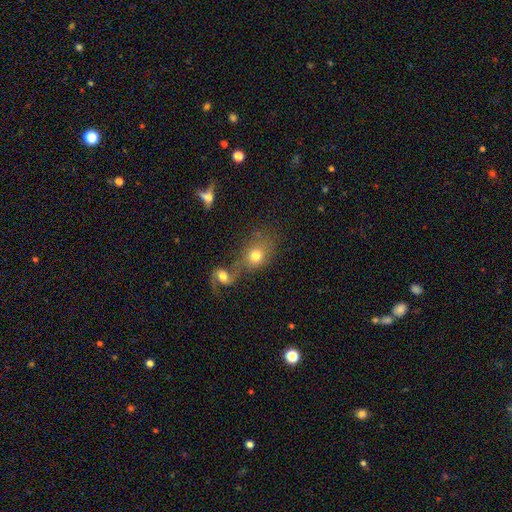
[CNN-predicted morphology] smooth-or-featured: smooth: 68% | featured or disk: 22% | star or artifact: 10%
  how-rounded: round: 54% | in between: 44% | cigar-shaped: 2%
  merging: merger: 49% | none: 33% | minor disturbance: 10% | major disturbance: 9%